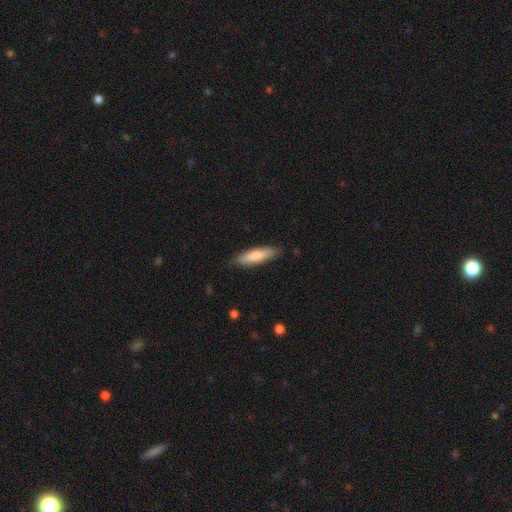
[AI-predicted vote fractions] smooth-or-featured: smooth: 80% | featured or disk: 15% | star or artifact: 5%
  how-rounded: cigar-shaped: 65% | in between: 34% | round: 1%
  merging: none: 84% | minor disturbance: 13% | major disturbance: 2% | merger: 1%